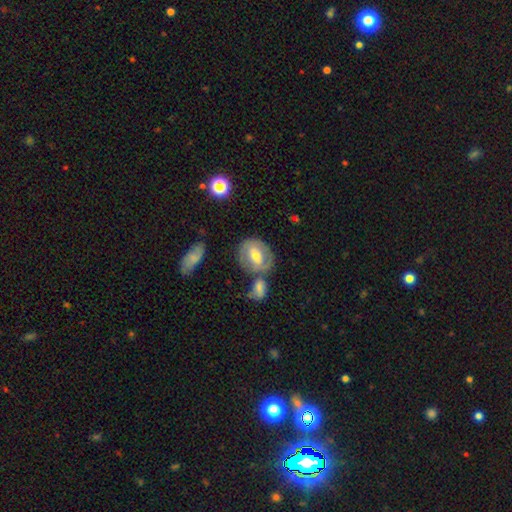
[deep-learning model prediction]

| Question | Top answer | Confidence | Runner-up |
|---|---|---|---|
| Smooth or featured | featured or disk | 51% | smooth (43%) |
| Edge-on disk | no | 94% | yes (6%) |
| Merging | none | 49% | merger (29%) |